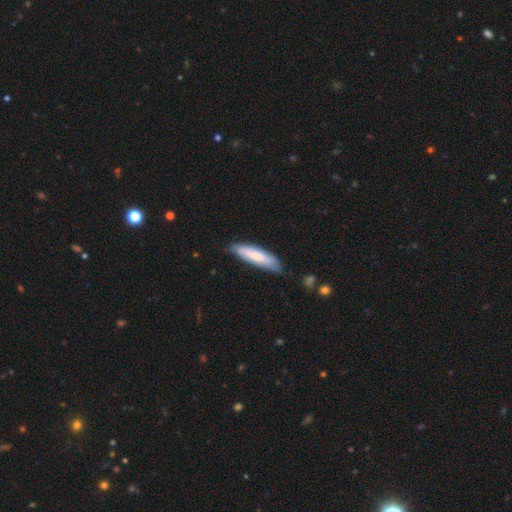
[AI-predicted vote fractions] smooth 69%, featured or disk 26%, star or artifact 6%. Down the decision tree: how rounded — cigar-shaped (69%); merging — none (73%).